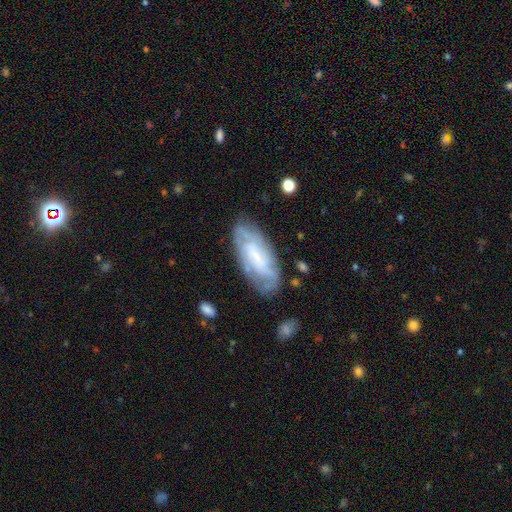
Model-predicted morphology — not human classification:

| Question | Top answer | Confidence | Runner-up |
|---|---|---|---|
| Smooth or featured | featured or disk | 63% | smooth (30%) |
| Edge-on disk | no | 89% | yes (11%) |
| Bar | no | 50% | weak (37%) |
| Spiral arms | yes | 81% | no (19%) |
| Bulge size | small | 47% | none (23%) |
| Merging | none | 75% | minor disturbance (18%) |